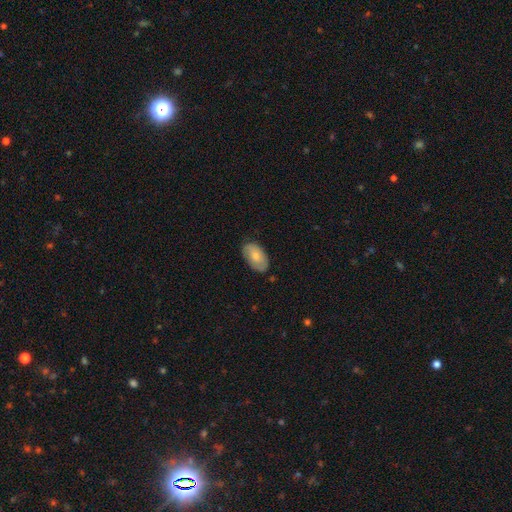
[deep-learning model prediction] Smooth or featured? smooth (71%)
How rounded? in between (94%)
Merging? none (78%)